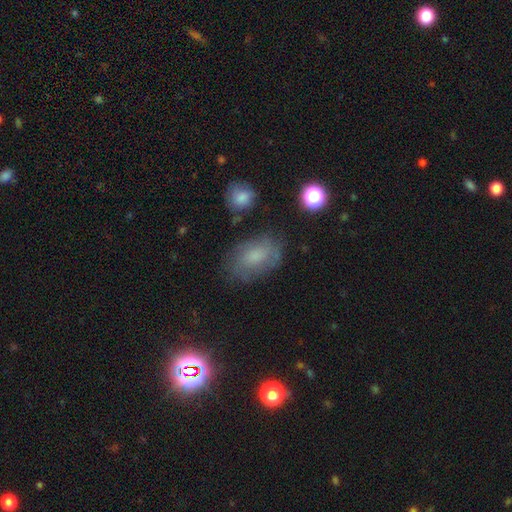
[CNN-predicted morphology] type=smooth (56%); roundness=in between (84%); merging=none (69%).